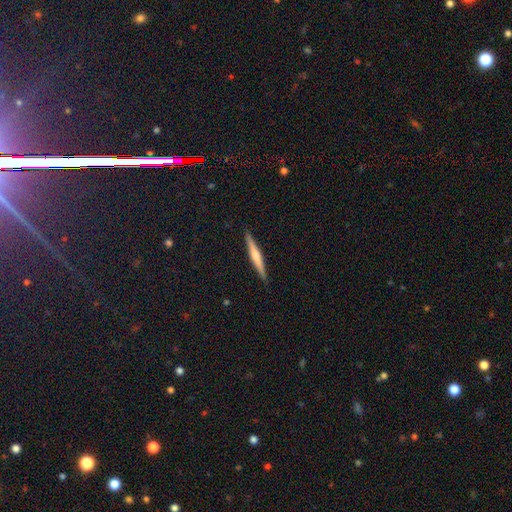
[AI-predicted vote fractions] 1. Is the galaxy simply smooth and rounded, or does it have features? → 54% featured or disk, 40% smooth, 5% star or artifact.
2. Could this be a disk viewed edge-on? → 98% yes, 2% no.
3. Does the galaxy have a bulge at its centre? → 56% rounded, 27% none, 17% boxy.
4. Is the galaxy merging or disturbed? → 91% none, 7% minor disturbance, 1% major disturbance, 1% merger.